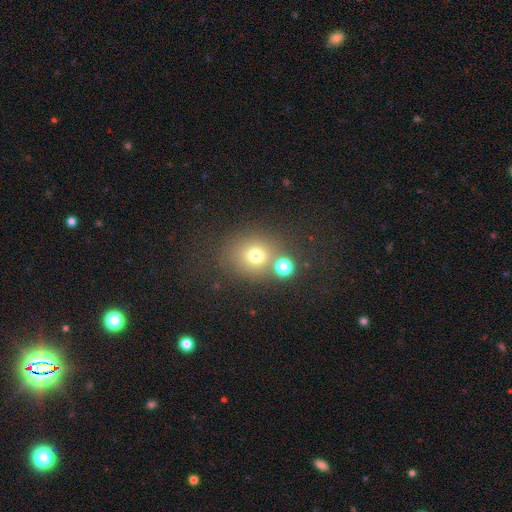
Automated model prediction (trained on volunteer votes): Smooth or featured: smooth — 70% (star or artifact — 18%)
How rounded: round — 80% (in between — 19%)
Merging: none — 65% (merger — 18%)